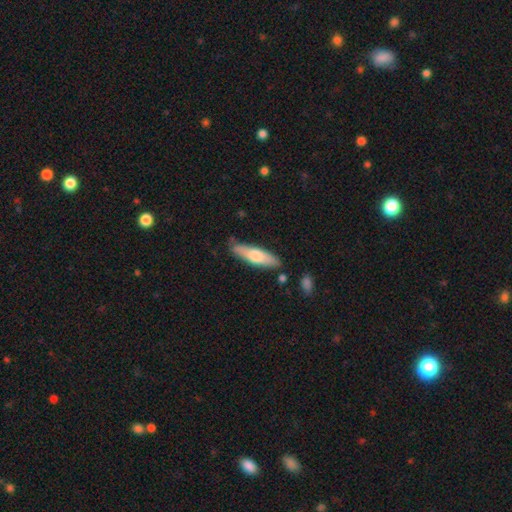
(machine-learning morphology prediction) smooth-or-featured: smooth: 61% | featured or disk: 34% | star or artifact: 5%
  how-rounded: cigar-shaped: 65% | in between: 33% | round: 2%
  merging: none: 81% | minor disturbance: 13% | merger: 3% | major disturbance: 2%